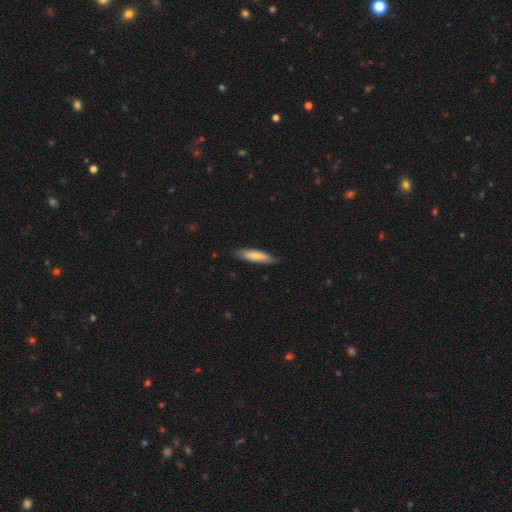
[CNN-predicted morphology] This appears to be a smooth galaxy with no disk features (77%) that is cigar-shaped (72%). Merging: none (84%).